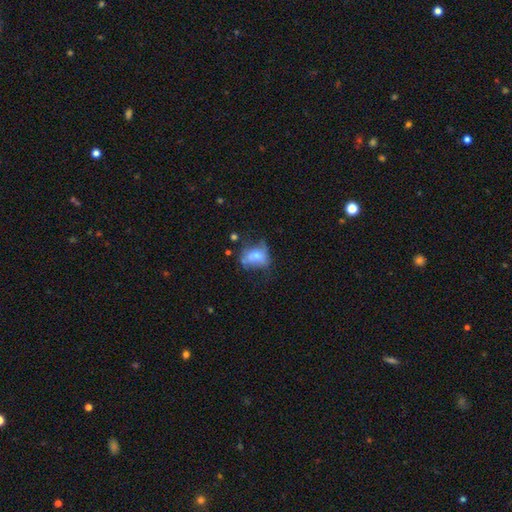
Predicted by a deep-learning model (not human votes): This appears to be a smooth galaxy with no disk features (55%) that is in between round and cigar-shaped (69%). Merging: none (39%).